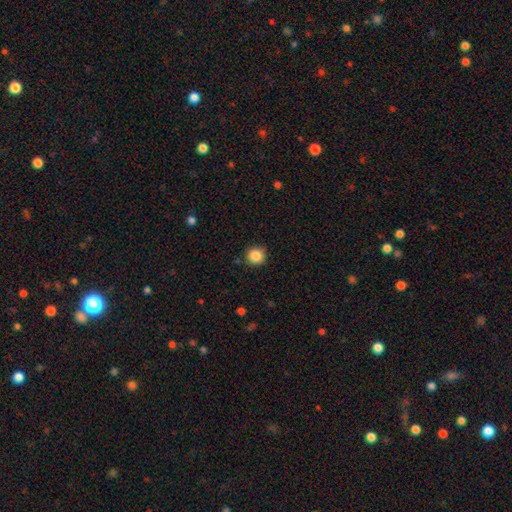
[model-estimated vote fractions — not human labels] Q: Smooth or featured?
A: smooth (86%); runner-up: star or artifact (10%)
Q: How rounded?
A: round (93%); runner-up: in between (6%)
Q: Merging?
A: none (88%); runner-up: minor disturbance (9%)